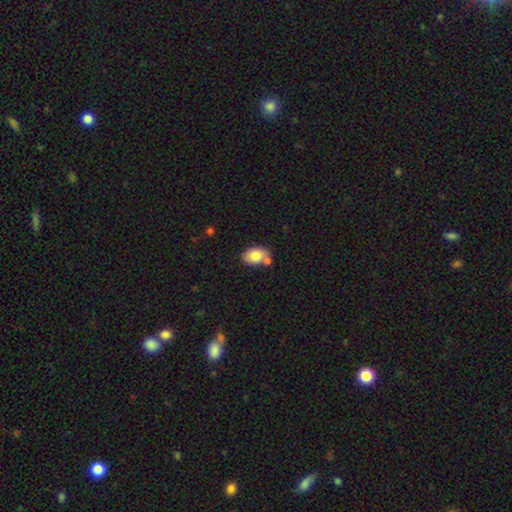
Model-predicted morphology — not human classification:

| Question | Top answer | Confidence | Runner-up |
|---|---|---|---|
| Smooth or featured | smooth | 82% | featured or disk (11%) |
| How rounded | in between | 84% | round (15%) |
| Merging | none | 61% | merger (20%) |